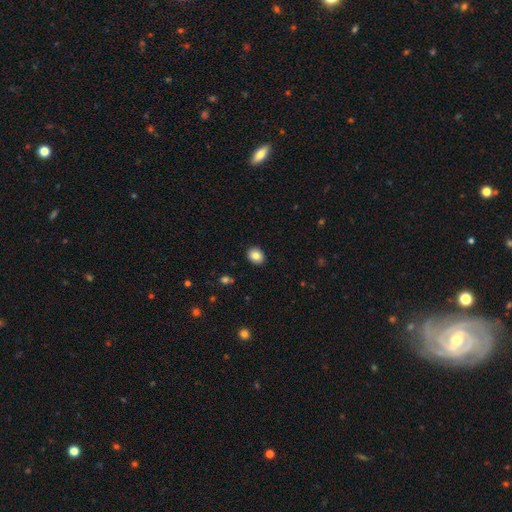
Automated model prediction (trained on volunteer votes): Q: Smooth or featured?
A: smooth (85%); runner-up: star or artifact (9%)
Q: How rounded?
A: round (53%); runner-up: in between (47%)
Q: Merging?
A: none (91%); runner-up: minor disturbance (7%)